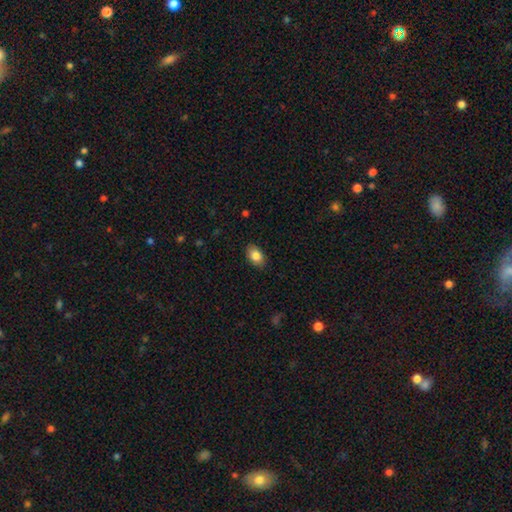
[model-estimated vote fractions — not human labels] smooth-or-featured: smooth: 86% | star or artifact: 8% | featured or disk: 7%
  how-rounded: in between: 86% | round: 13% | cigar-shaped: 1%
  merging: none: 85% | minor disturbance: 11% | major disturbance: 2% | merger: 1%